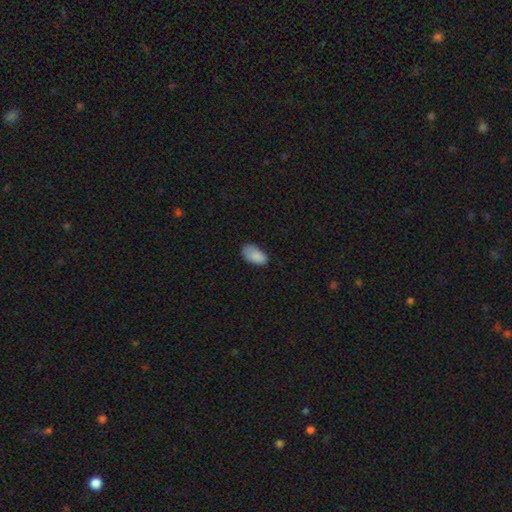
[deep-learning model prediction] A smooth galaxy with no disk features (85%) that is in between round and cigar-shaped (94%). Merging: none (66%).